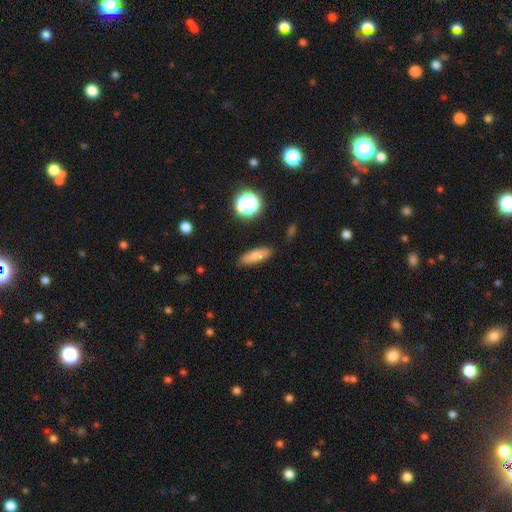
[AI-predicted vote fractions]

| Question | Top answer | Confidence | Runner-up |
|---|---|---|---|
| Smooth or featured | smooth | 74% | featured or disk (15%) |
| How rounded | in between | 47% | tied: cigar-shaped (47%) |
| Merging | none | 85% | minor disturbance (10%) |